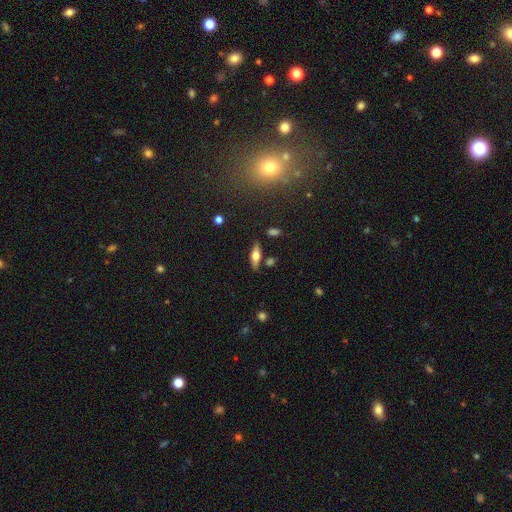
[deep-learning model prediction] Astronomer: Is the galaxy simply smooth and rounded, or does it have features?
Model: smooth — 48% (runner-up: featured or disk, 44%).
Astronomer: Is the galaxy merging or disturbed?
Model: none — 79%.